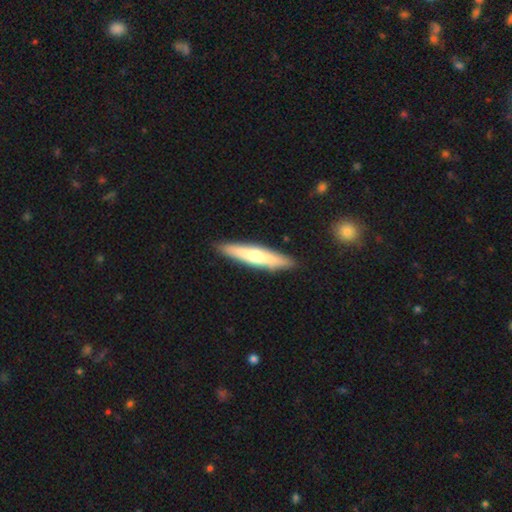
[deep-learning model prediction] Smooth or featured: smooth — 53% (featured or disk — 42%)
How rounded: cigar-shaped — 87% (in between — 11%)
Merging: none — 90% (minor disturbance — 8%)